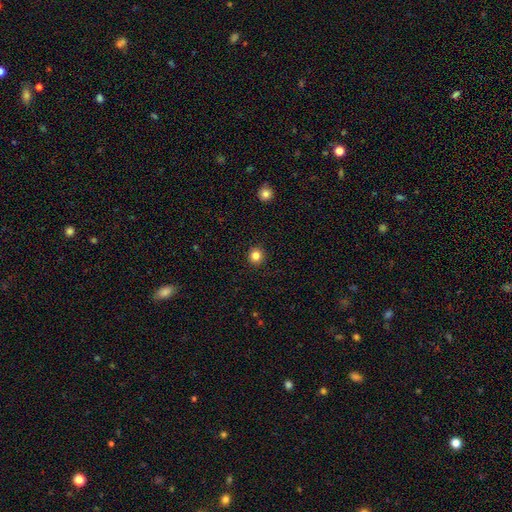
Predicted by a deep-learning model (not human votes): smooth-or-featured: smooth: 83% | star or artifact: 12% | featured or disk: 5%
  how-rounded: round: 94% | in between: 5% | cigar-shaped: 1%
  merging: none: 93% | minor disturbance: 5% | major disturbance: 2% | merger: 1%